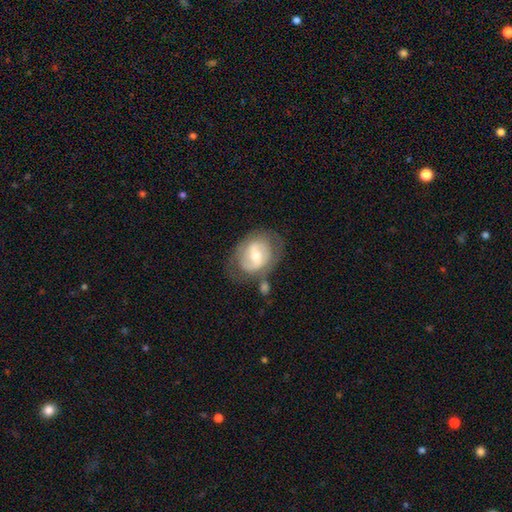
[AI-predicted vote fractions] featured or disk 64%, smooth 30%, star or artifact 6%. Down the decision tree: edge-on disk — no (96%); bar — weak (49%); spiral arms — yes (73%); bulge size — moderate (59%); merging — none (59%).